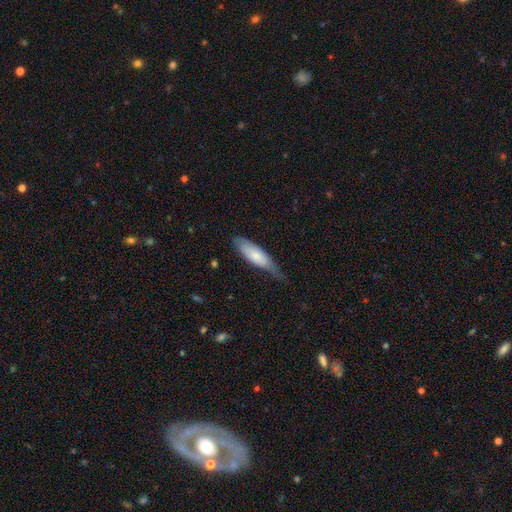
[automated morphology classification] Overall: smooth (69%). How rounded: in between (56%; cigar-shaped 42%). Merging: none (45%; minor disturbance 40%).